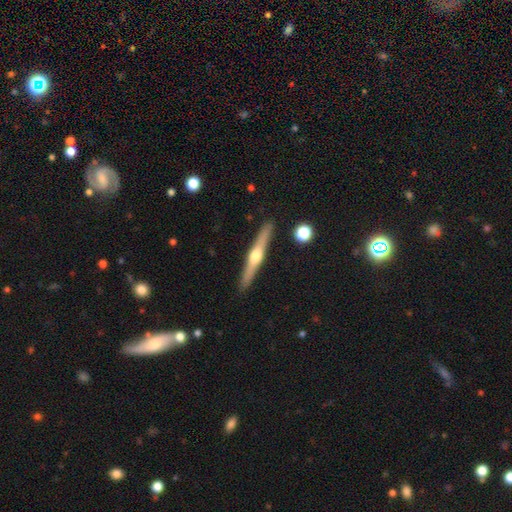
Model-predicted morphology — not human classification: Smooth or featured?
  - featured or disk: 70% *
  - smooth: 25%
  - star or artifact: 5%
Edge-on disk?
  - yes: 98% *
  - no: 2%
Edge-on bulge?
  - rounded: 93% *
  - none: 4%
  - boxy: 3%
Merging?
  - none: 91% *
  - minor disturbance: 7%
  - merger: 2%
  - major disturbance: 1%